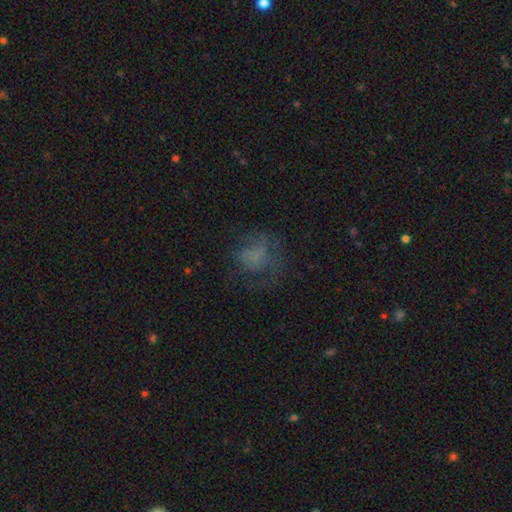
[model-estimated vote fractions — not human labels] This appears to be a smooth galaxy with no disk features (50%). Merging: none (46%).